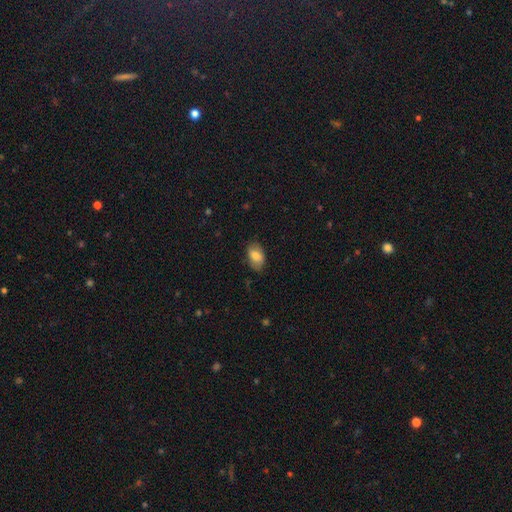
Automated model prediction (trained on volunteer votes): Smooth or featured? smooth (78%)
How rounded? in between (91%)
Merging? none (78%)